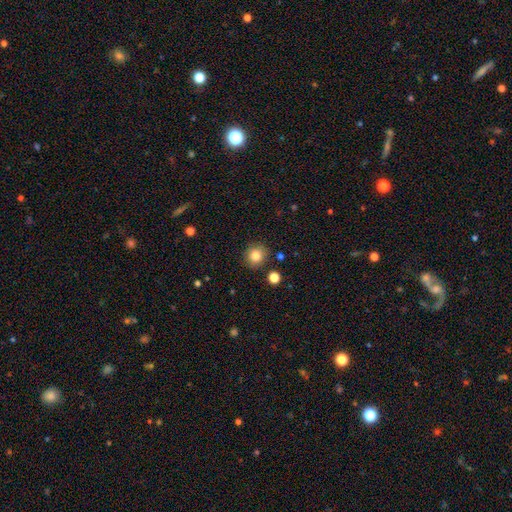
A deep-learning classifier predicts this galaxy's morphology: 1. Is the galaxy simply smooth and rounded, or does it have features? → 83% smooth, 11% star or artifact, 6% featured or disk.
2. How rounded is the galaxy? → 89% round, 10% in between, 1% cigar-shaped.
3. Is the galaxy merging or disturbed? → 86% none, 9% minor disturbance, 3% merger, 2% major disturbance.